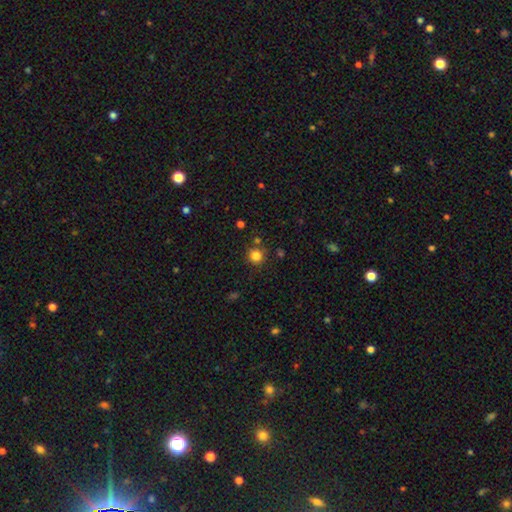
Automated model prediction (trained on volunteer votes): Smooth or featured? smooth (83%)
How rounded? round (93%)
Merging? none (82%)